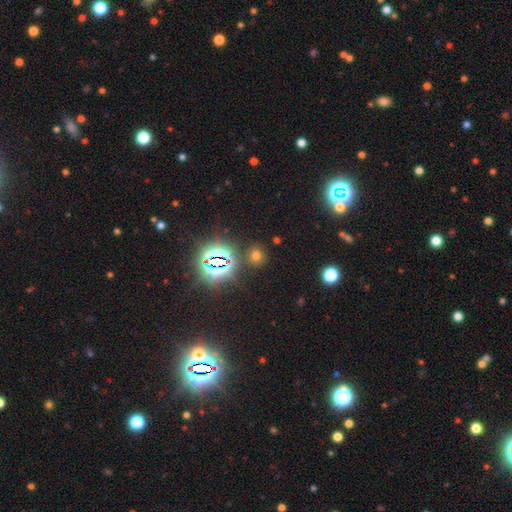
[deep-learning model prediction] smooth 54%, star or artifact 39%, featured or disk 7%. Down the decision tree: how rounded — round (79%); merging — none (84%).